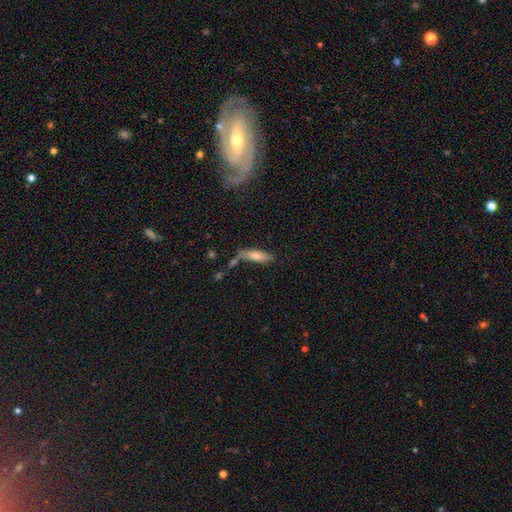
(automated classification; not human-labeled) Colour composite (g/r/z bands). It shows a smooth galaxy with no disk features (64%) that is cigar-shaped (55%). Merging: none (49%).